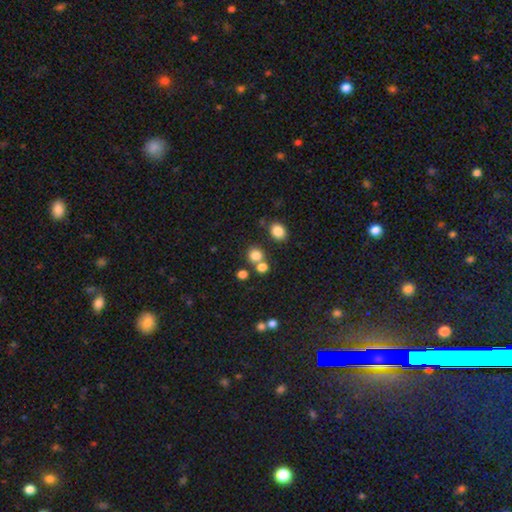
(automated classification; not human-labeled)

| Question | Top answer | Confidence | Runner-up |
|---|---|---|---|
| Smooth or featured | smooth | 78% | star or artifact (14%) |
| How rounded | round | 83% | in between (16%) |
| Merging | none | 62% | merger (26%) |